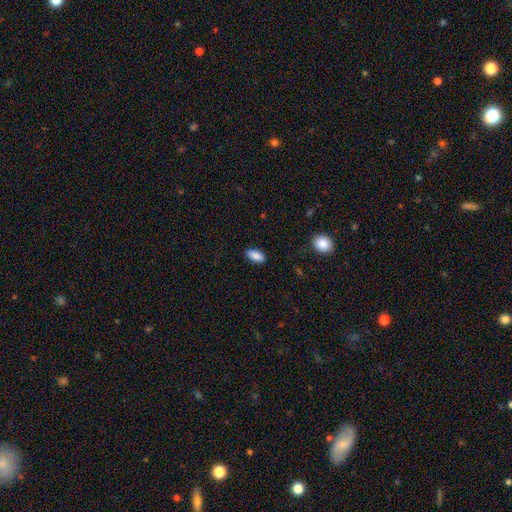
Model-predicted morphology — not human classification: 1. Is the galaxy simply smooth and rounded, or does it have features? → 88% smooth, 8% star or artifact, 4% featured or disk.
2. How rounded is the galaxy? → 90% in between, 7% cigar-shaped, 3% round.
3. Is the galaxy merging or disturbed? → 86% none, 10% minor disturbance, 2% major disturbance, 1% merger.